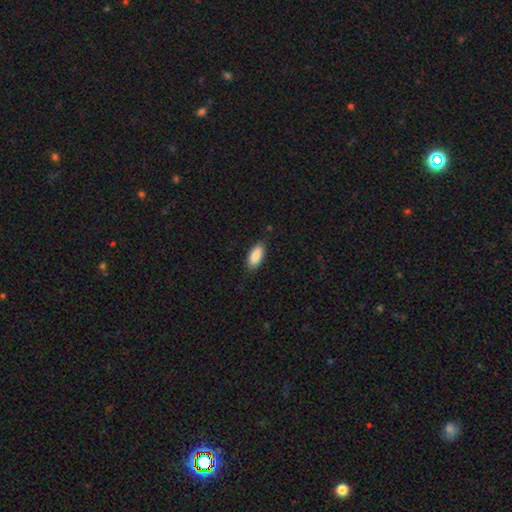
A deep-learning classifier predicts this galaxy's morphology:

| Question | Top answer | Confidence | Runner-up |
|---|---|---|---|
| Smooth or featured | smooth | 88% | star or artifact (6%) |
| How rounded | in between | 87% | cigar-shaped (11%) |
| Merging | none | 83% | minor disturbance (14%) |